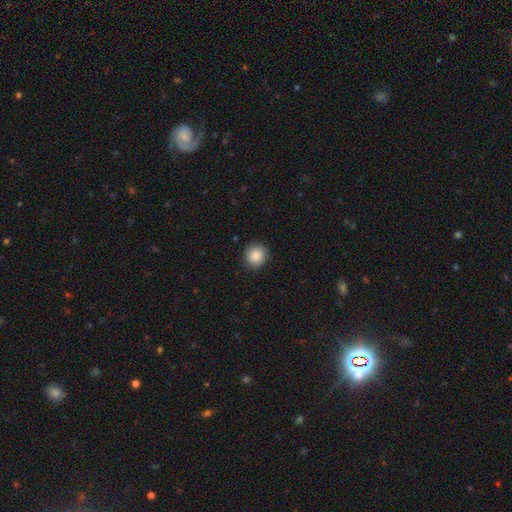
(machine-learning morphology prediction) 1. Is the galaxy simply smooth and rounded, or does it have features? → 87% smooth, 9% star or artifact, 4% featured or disk.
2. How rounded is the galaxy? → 90% round, 9% in between, 1% cigar-shaped.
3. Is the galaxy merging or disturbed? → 89% none, 8% minor disturbance, 2% major disturbance, 1% merger.